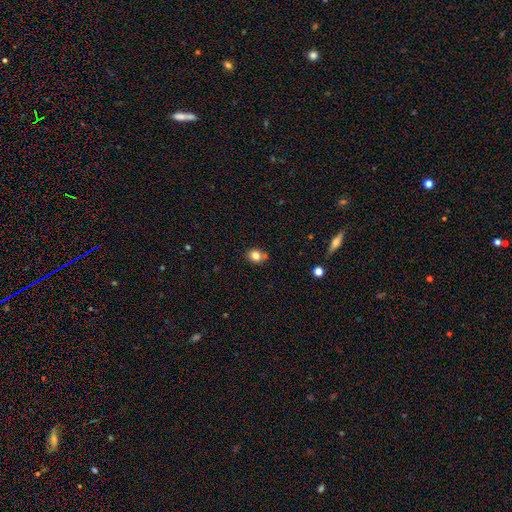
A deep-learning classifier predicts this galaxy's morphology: This appears to be a smooth galaxy with no disk features (80%) that is round (58%). Merging: none (70%).